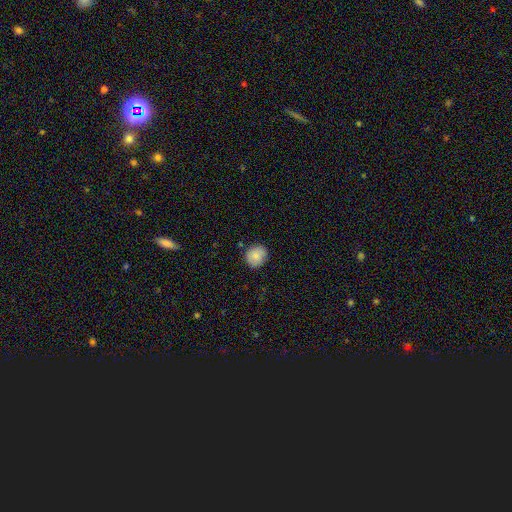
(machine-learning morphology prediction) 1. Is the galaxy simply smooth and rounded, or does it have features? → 86% smooth, 8% star or artifact, 6% featured or disk.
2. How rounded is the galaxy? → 81% round, 18% in between, 1% cigar-shaped.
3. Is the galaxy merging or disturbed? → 86% none, 11% minor disturbance, 2% major disturbance, 1% merger.